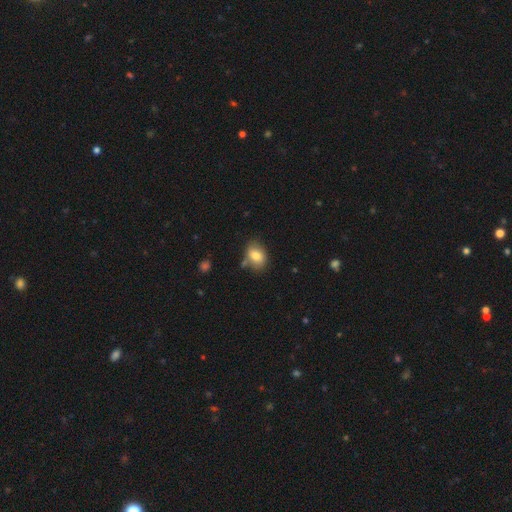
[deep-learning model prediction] A smooth galaxy with no disk features (79%) that is in between round and cigar-shaped (71%). Merging: none (65%).